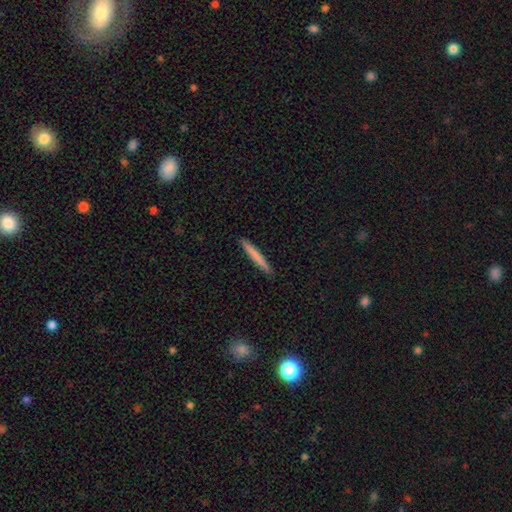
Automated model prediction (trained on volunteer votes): A smooth galaxy with no disk features (74%) that is cigar-shaped (97%).

Vote fractions:
- Smooth or featured? smooth: 74% / featured or disk: 20% / star or artifact: 5%
- How rounded? cigar-shaped: 97% / in between: 2% / round: 1%
- Merging? none: 92% / minor disturbance: 6% / major disturbance: 1% / merger: 1%